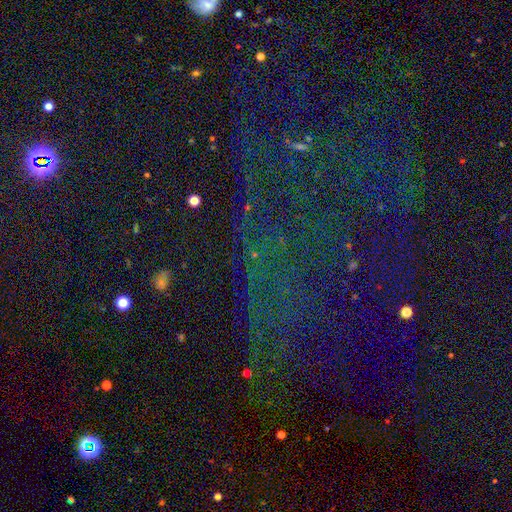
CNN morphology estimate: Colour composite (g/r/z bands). It shows a star or artifact, not a galaxy (79%).